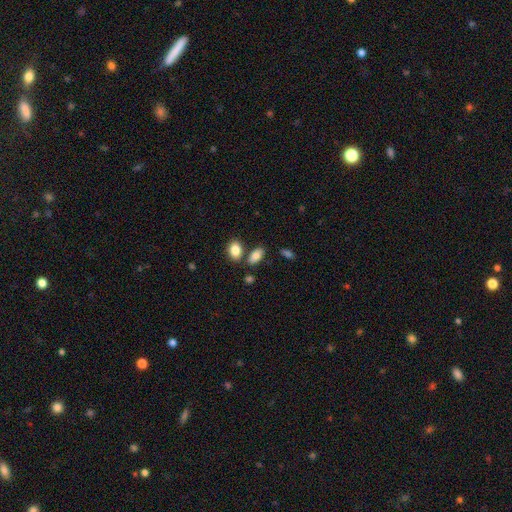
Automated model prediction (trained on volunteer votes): smooth-or-featured: smooth: 84% | featured or disk: 9% | star or artifact: 8%
  how-rounded: in between: 90% | round: 6% | cigar-shaped: 5%
  merging: none: 71% | merger: 15% | minor disturbance: 11% | major disturbance: 3%